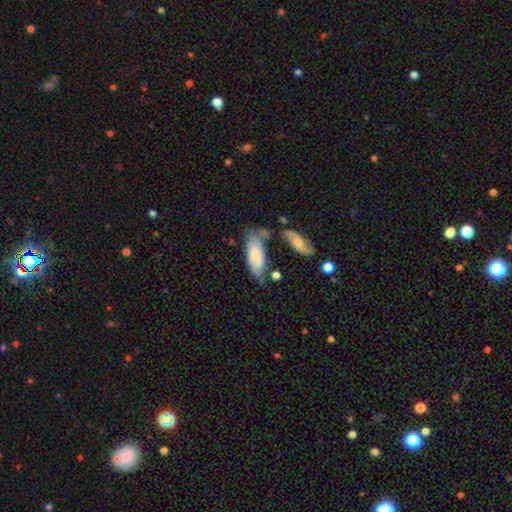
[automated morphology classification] The model was most divided on "merging": none: 41%, minor disturbance: 28%, merger: 20%, major disturbance: 11%. More confident: how rounded — in between (80%); smooth or featured — smooth (73%).